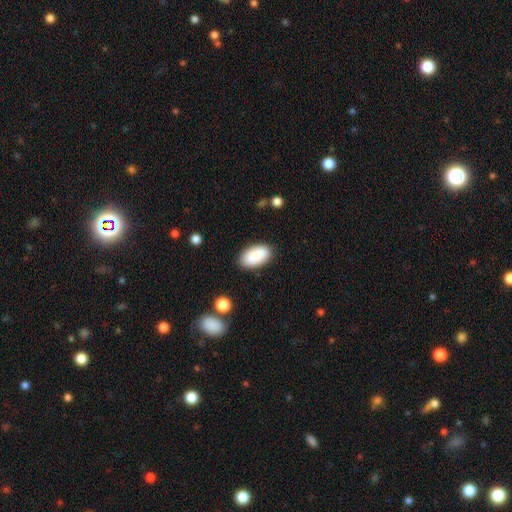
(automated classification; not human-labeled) Q: Smooth or featured?
A: smooth (89%); runner-up: star or artifact (6%)
Q: How rounded?
A: in between (95%); runner-up: round (3%)
Q: Merging?
A: none (86%); runner-up: minor disturbance (10%)